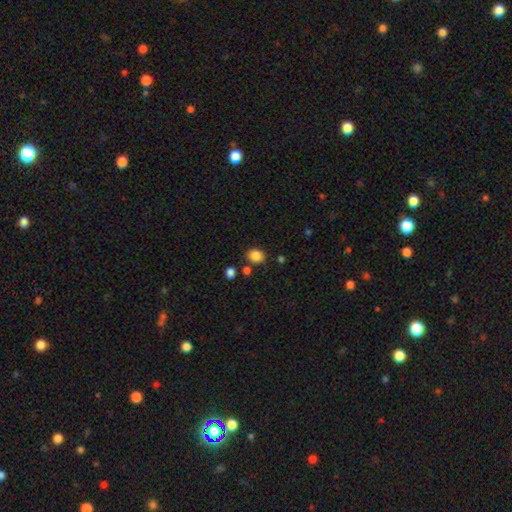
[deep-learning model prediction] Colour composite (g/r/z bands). It shows a smooth galaxy with no disk features (86%) that is round (59%). Merging: none (78%).